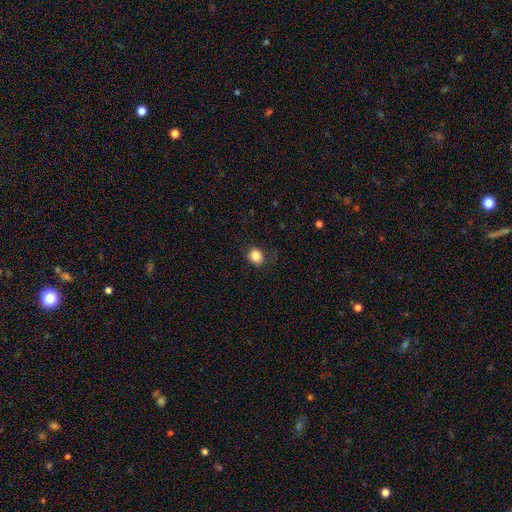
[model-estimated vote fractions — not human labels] Smooth or featured? smooth (84%)
How rounded? round (70%)
Merging? none (82%)